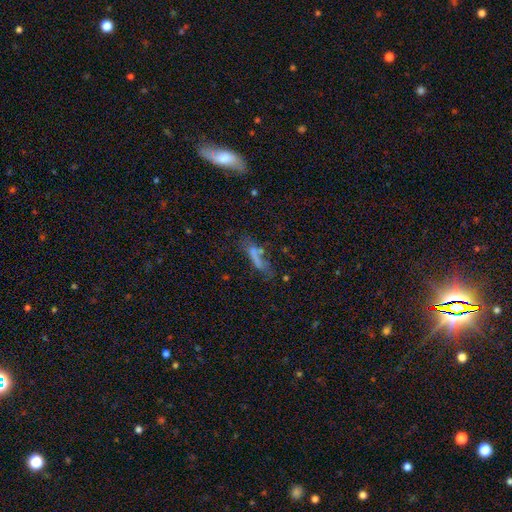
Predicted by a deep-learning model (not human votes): smooth-or-featured: smooth: 58% | featured or disk: 27% | star or artifact: 15%
  how-rounded: cigar-shaped: 70% | in between: 27% | round: 3%
  merging: none: 45% | minor disturbance: 24% | major disturbance: 21% | merger: 11%